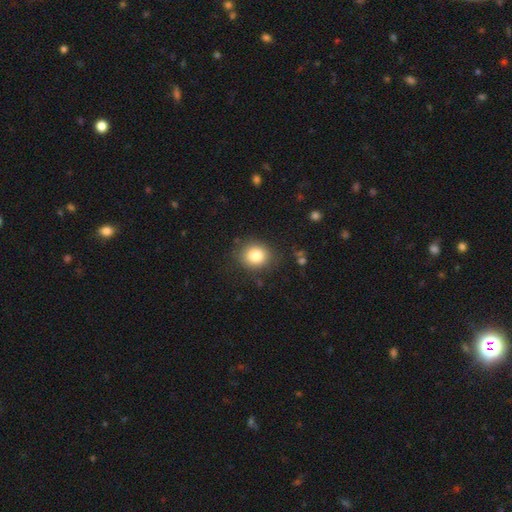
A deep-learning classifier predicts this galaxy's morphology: Overall: smooth (83%). How rounded: round (73%). Merging: none (84%).